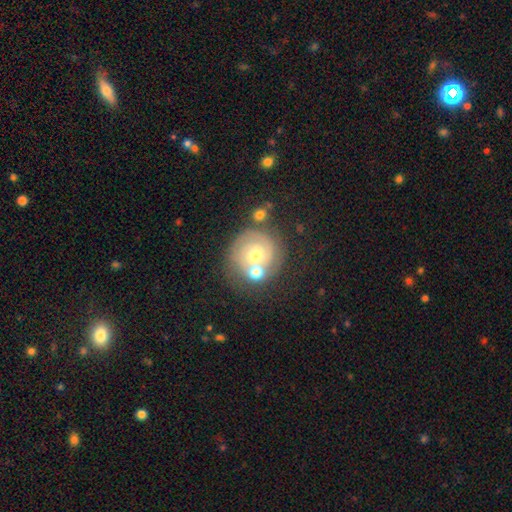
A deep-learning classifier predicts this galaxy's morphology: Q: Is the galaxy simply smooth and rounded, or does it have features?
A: featured or disk — 65%.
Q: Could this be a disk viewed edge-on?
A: no — 98%.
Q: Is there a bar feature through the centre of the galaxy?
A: no — 77%.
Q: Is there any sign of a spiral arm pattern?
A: yes — 80%.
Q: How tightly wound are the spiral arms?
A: tight — 72%.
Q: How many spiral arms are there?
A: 2 — 49%.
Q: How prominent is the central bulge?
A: moderate — 59%.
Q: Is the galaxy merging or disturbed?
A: none — 61%.